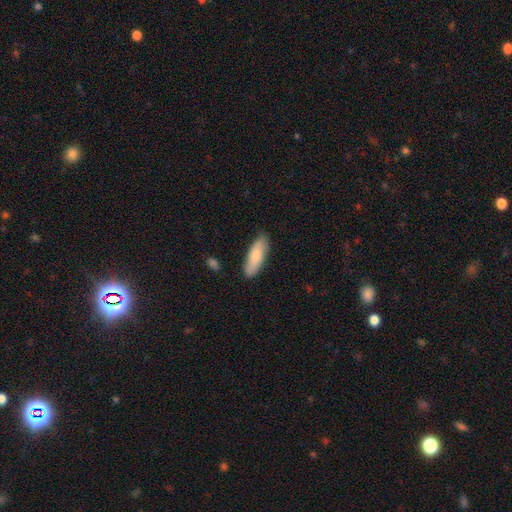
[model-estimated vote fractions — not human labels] The model was most divided on "how rounded": in between: 61%, cigar-shaped: 37%, round: 2%. More confident: merging — none (84%); smooth or featured — smooth (75%).